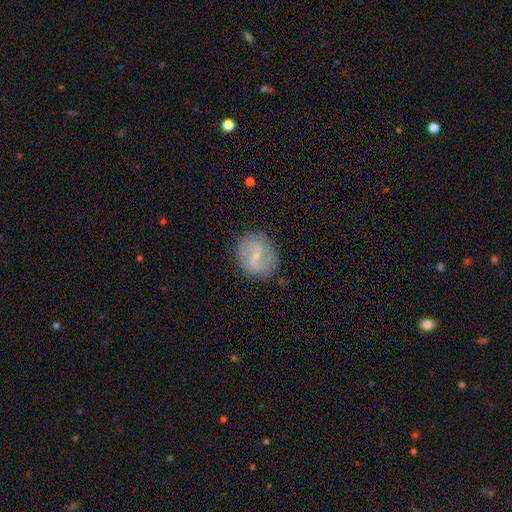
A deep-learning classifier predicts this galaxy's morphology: The model was most divided on "smooth or featured": smooth: 49%, featured or disk: 43%, star or artifact: 8%. More confident: merging — none (81%).